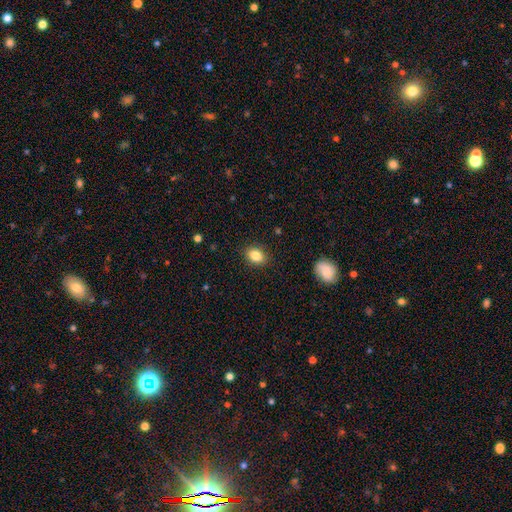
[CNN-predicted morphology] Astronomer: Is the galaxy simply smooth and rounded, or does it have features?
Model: smooth — 85%.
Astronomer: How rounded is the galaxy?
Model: in between — 70%.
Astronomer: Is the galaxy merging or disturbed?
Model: none — 88%.